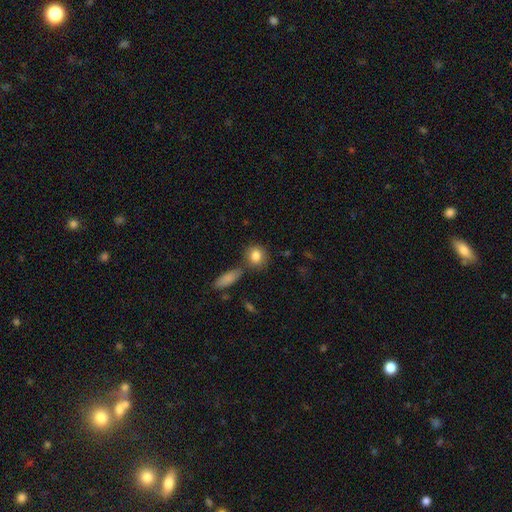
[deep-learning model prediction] Overall: smooth (84%). How rounded: round (71%). Merging: none (71%).